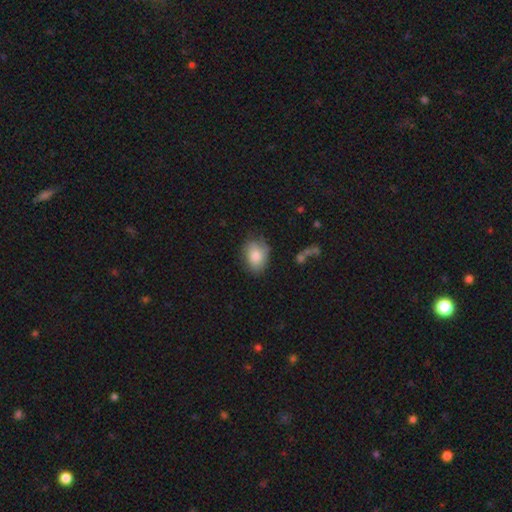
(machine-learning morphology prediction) A smooth galaxy with no disk features (81%) that is in between round and cigar-shaped (68%). Merging: none (68%).